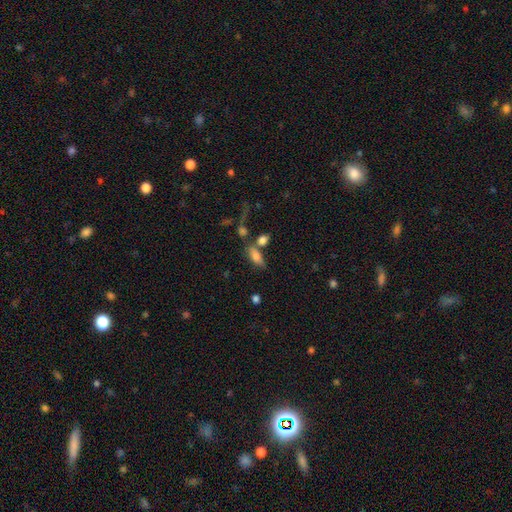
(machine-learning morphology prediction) Smooth or featured?
  - smooth: 78% *
  - featured or disk: 13%
  - star or artifact: 9%
How rounded?
  - in between: 78% *
  - cigar-shaped: 18%
  - round: 4%
Merging?
  - none: 55% *
  - merger: 23%
  - minor disturbance: 15%
  - major disturbance: 7%